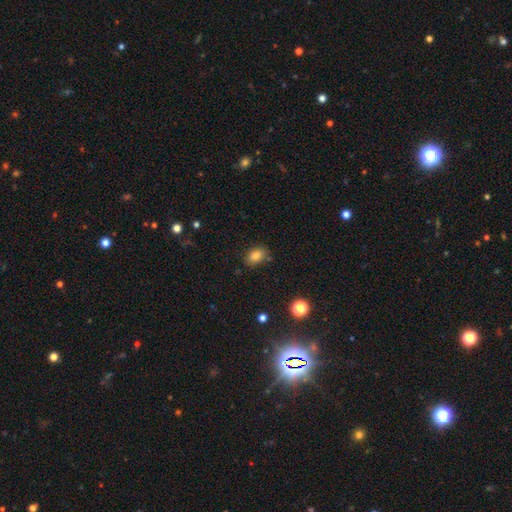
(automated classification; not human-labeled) smooth-or-featured: smooth: 82% | star or artifact: 10% | featured or disk: 8%
  how-rounded: in between: 81% | round: 18% | cigar-shaped: 1%
  merging: none: 82% | minor disturbance: 12% | merger: 3% | major disturbance: 3%